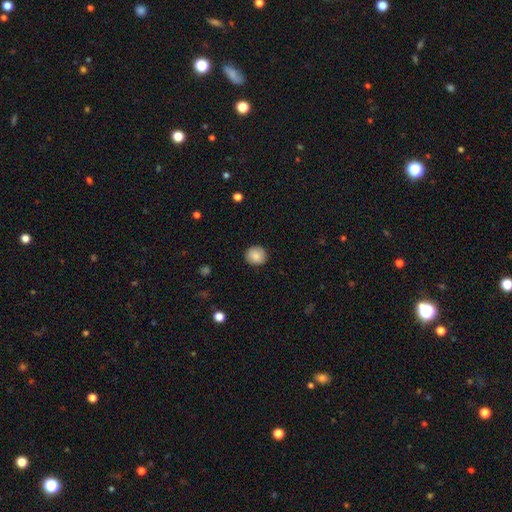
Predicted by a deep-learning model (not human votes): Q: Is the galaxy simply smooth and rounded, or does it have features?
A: smooth — 86%.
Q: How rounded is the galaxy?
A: round — 88%.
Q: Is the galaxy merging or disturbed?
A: none — 89%.